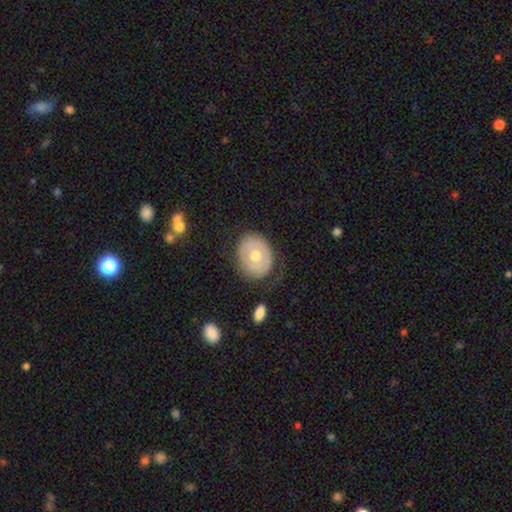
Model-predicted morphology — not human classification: smooth-or-featured: smooth: 49% | featured or disk: 45% | star or artifact: 6%
  merging: none: 73% | minor disturbance: 18% | major disturbance: 7% | merger: 2%